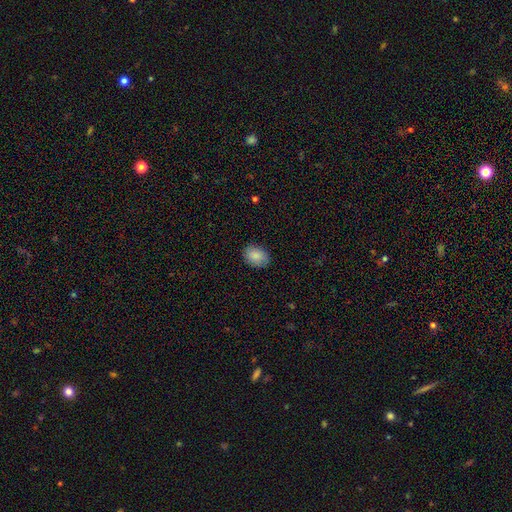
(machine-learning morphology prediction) Smooth or featured? smooth (88%)
How rounded? in between (76%)
Merging? none (86%)